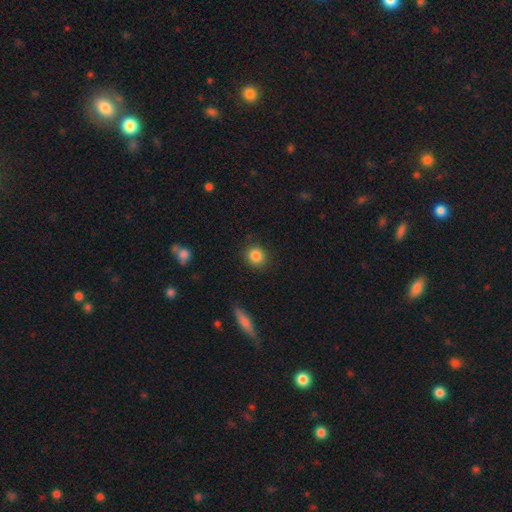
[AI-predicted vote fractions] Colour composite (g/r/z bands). It shows a smooth galaxy with no disk features (86%) that is round (84%). Merging: none (88%).